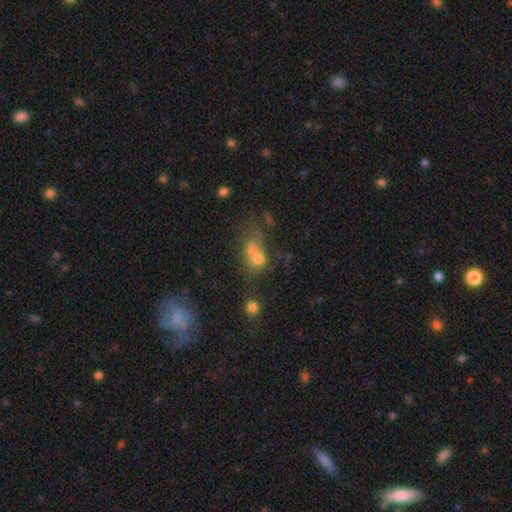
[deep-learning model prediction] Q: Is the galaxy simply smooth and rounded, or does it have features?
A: smooth — 56%.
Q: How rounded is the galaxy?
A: in between — 60%.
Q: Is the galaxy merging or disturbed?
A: merger — 50%.